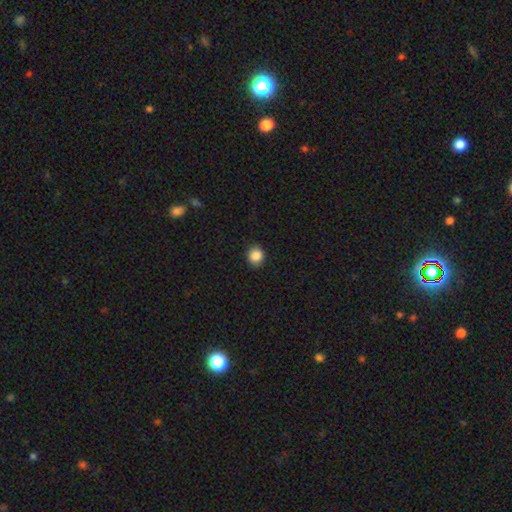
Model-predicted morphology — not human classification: Smooth or featured? Predicted: smooth (p=0.86). How rounded? Predicted: round (p=0.83). Merging? Predicted: none (p=0.89).